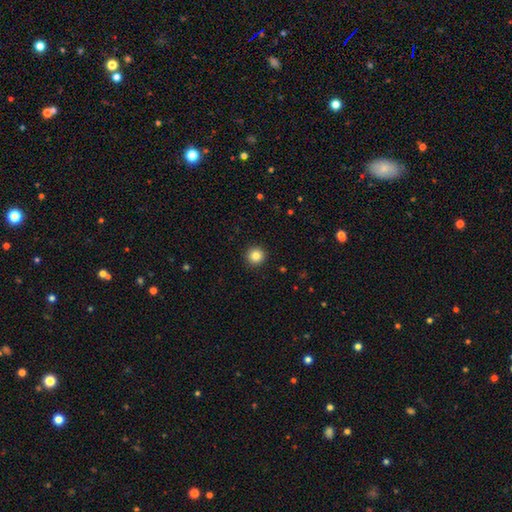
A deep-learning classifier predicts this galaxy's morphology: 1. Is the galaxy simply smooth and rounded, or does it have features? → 85% smooth, 10% star or artifact, 5% featured or disk.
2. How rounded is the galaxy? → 95% round, 4% in between, 1% cigar-shaped.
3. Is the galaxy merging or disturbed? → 93% none, 5% minor disturbance, 2% major disturbance, 1% merger.